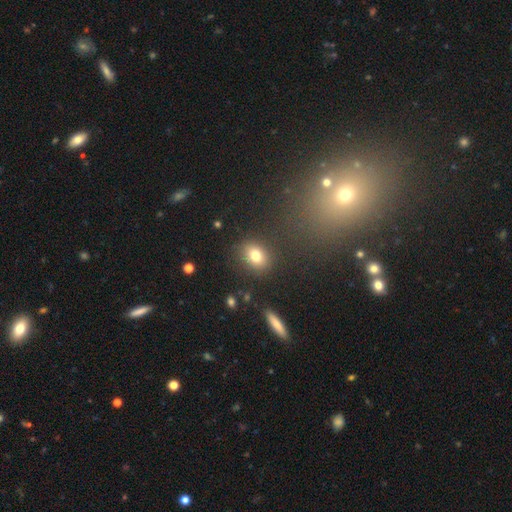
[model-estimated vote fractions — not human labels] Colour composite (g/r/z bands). It shows a smooth galaxy with no disk features (77%) that is in between round and cigar-shaped (55%). Merging: none (85%).